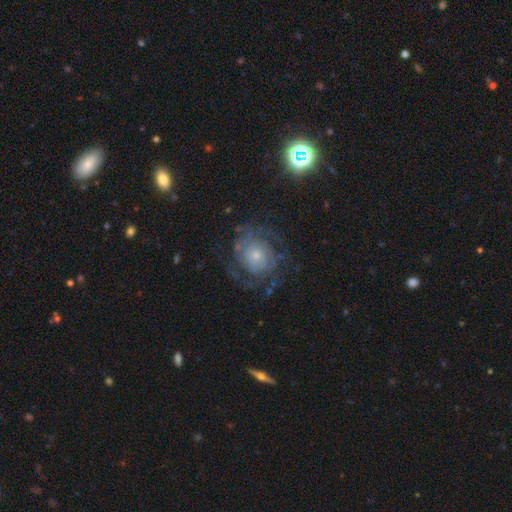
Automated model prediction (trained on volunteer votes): Smooth or featured? Predicted: featured or disk (p=0.74). Edge-on disk? Predicted: no (p=0.97). Bar? Predicted: no (p=0.78). Spiral arms? Predicted: yes (p=0.84). Spiral winding? Predicted: tight (p=0.53). Spiral arm count? Predicted: can't tell (p=0.40). Bulge size? Predicted: small (p=0.52). Merging? Predicted: none (p=0.65).